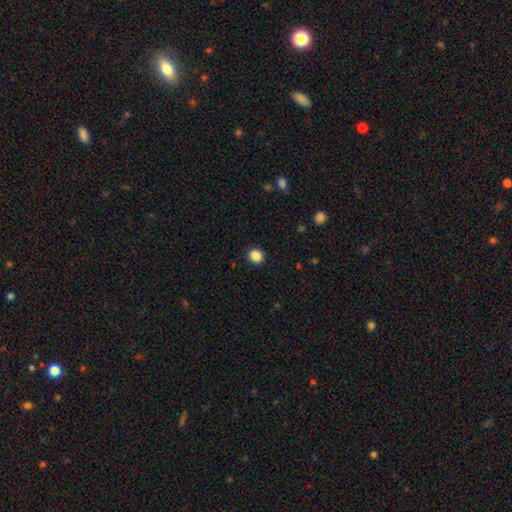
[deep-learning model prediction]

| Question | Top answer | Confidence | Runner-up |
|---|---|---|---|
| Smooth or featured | smooth | 87% | star or artifact (10%) |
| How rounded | round | 79% | in between (20%) |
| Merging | none | 92% | minor disturbance (6%) |